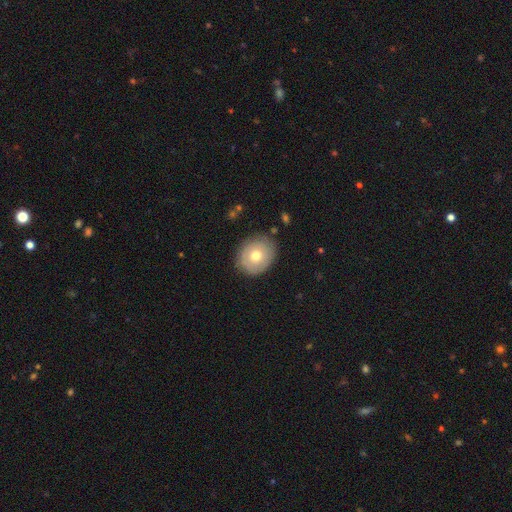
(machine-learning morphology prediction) Overall: smooth (67%). How rounded: round (65%; in between 34%). Merging: none (84%).